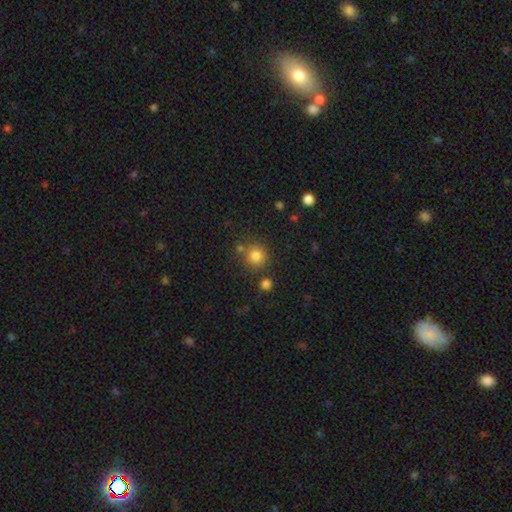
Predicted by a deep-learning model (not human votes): smooth_or_featured: smooth (p=0.82) [alt: star or artifact p=0.12]
how_rounded: round (p=0.92) [alt: in between p=0.07]
merging: none (p=0.75) [alt: merger p=0.11]